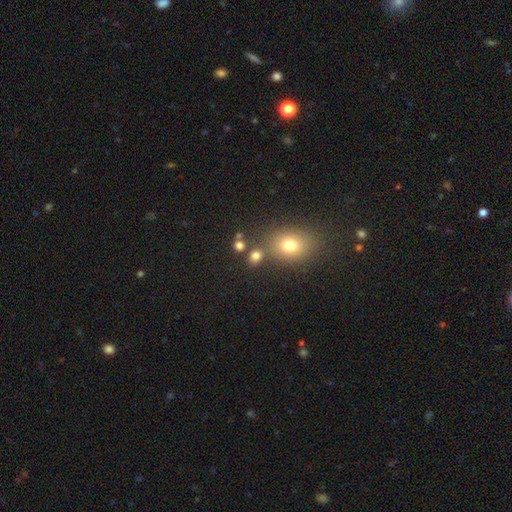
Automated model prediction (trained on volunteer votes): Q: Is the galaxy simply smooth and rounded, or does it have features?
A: smooth — 77%.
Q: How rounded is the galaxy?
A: round — 65%.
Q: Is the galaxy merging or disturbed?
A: none — 68%.